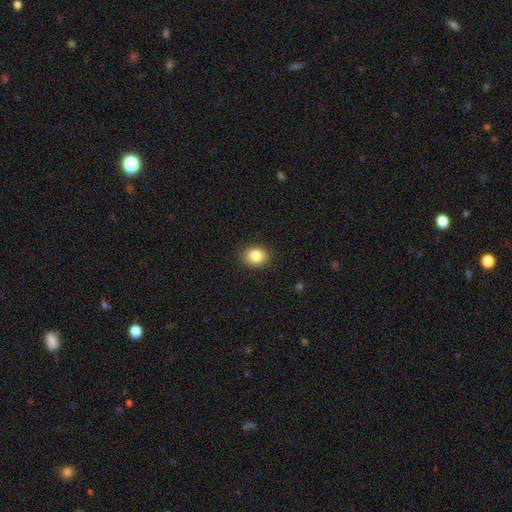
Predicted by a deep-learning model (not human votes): Smooth or featured: smooth — 85% (star or artifact — 9%)
How rounded: round — 56% (in between — 43%)
Merging: none — 89% (minor disturbance — 8%)